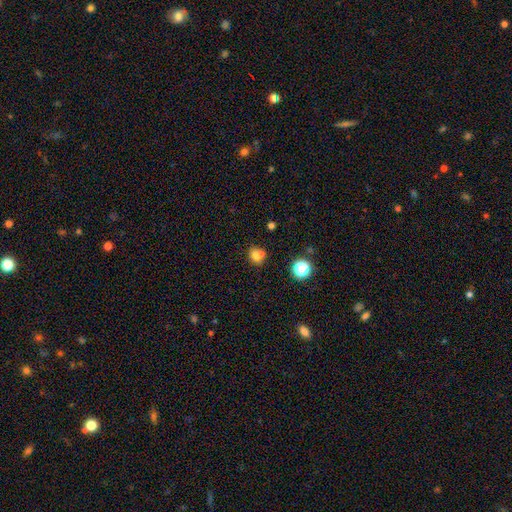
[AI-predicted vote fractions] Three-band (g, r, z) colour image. It shows a smooth galaxy with no disk features (71%) that is round (75%). Merging: merger (44%, tied with none).